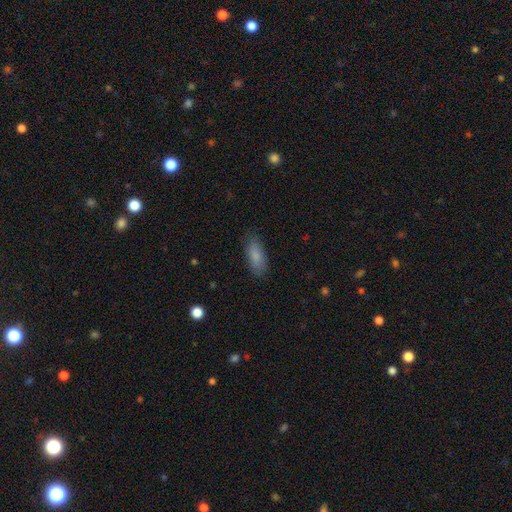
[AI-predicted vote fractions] smooth 84%, featured or disk 9%, star or artifact 7%. Down the decision tree: how rounded — in between (80%); merging — none (81%).